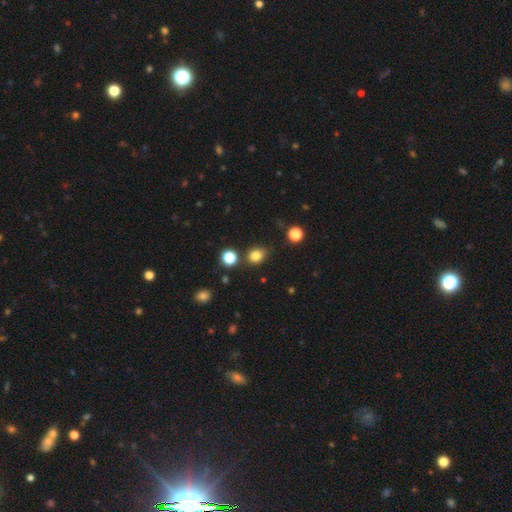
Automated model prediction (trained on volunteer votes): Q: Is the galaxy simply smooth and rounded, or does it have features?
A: smooth — 82%.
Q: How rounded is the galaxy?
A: round — 52%.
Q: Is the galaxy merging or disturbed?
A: none — 78%.